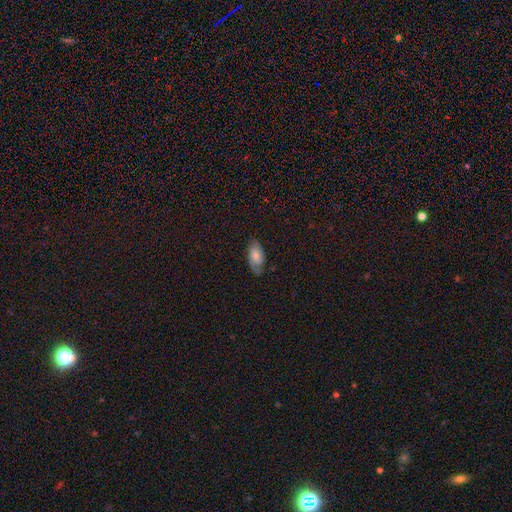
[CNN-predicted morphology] smooth_or_featured: smooth (p=0.47) [alt: featured or disk p=0.45]
merging: none (p=0.63) [alt: minor disturbance p=0.26]